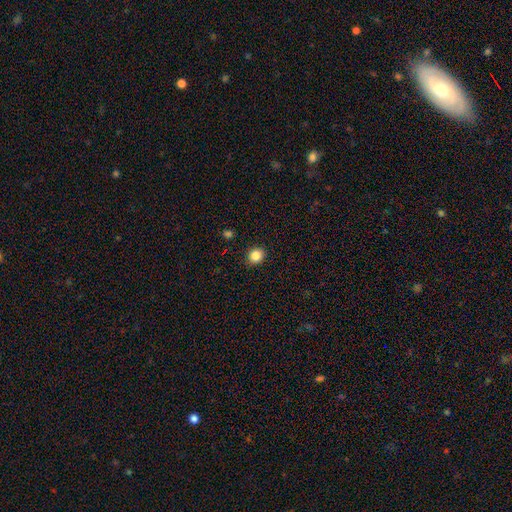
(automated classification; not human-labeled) The model was most divided on "how rounded": round: 83%, in between: 16%, cigar-shaped: 1%. More confident: merging — none (92%); smooth or featured — smooth (85%).